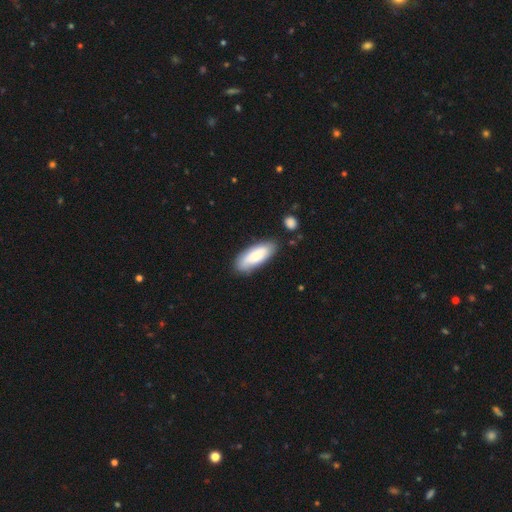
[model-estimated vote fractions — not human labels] smooth 82%, featured or disk 12%, star or artifact 6%. Down the decision tree: how rounded — in between (73%); merging — none (76%).